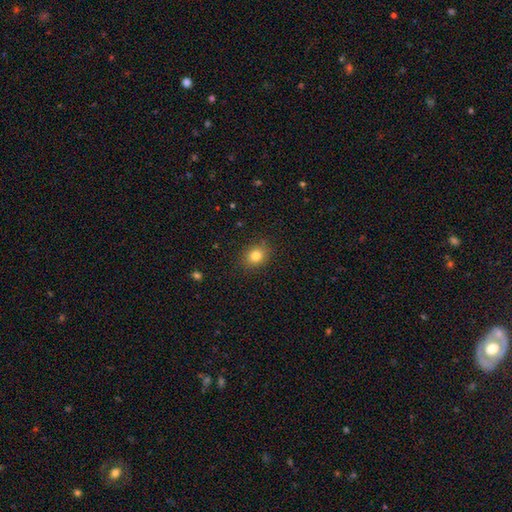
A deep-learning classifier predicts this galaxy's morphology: Smooth or featured? Predicted: smooth (p=0.82). How rounded? Predicted: round (p=0.60). Merging? Predicted: none (p=0.87).